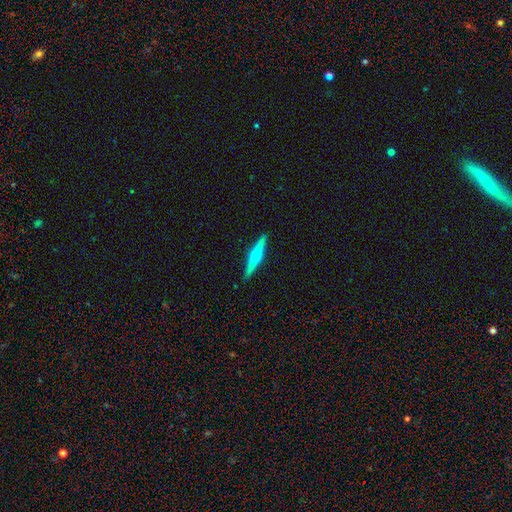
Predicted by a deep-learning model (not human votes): Overall: featured or disk (68%). Edge-on disk: yes (98%). Edge-on bulge: rounded (92%). Merging: none (92%).